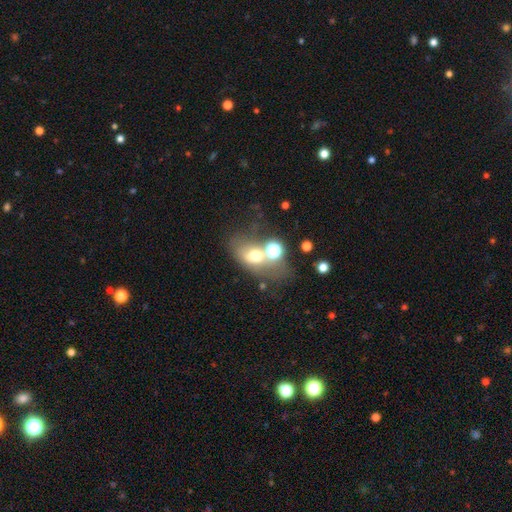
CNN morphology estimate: smooth_or_featured: smooth (p=0.58) [alt: featured or disk p=0.25]
how_rounded: in between (p=0.62) [alt: round p=0.36]
merging: none (p=0.35) [alt: merger p=0.32]